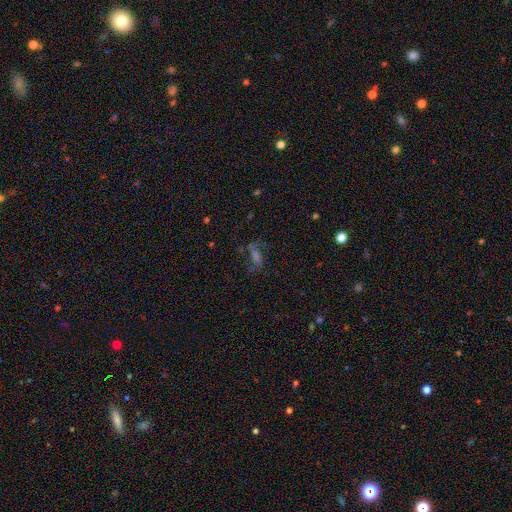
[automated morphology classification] This appears to be a featured or disk galaxy (44%). Merging: none (58%).